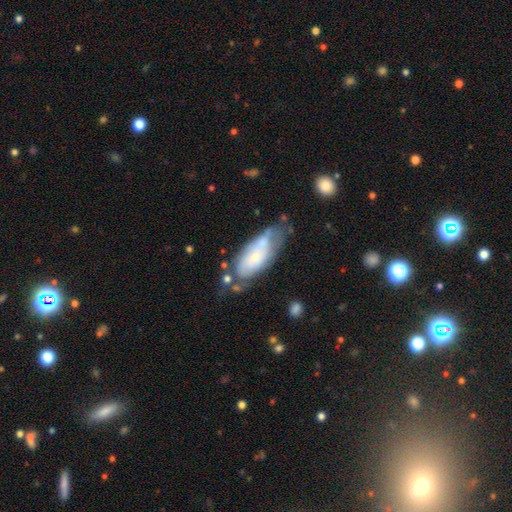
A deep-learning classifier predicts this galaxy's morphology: smooth-or-featured: smooth: 49% | featured or disk: 44% | star or artifact: 7%
  merging: none: 44% | minor disturbance: 31% | major disturbance: 15% | merger: 10%